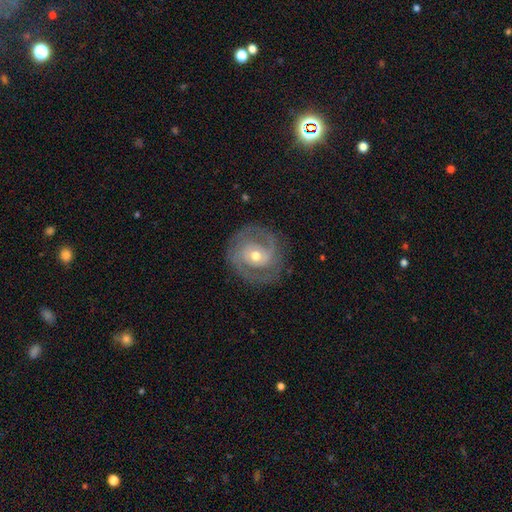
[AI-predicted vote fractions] A featured or disk galaxy (83%) with no bar (55%), 2 (70%) tight (56%) spiral arms (91%) and a moderate central bulge (64%).

Vote fractions:
- Smooth or featured? featured or disk: 83% / smooth: 11% / star or artifact: 6%
- Edge-on disk? no: 97% / yes: 3%
- Bar? no: 55% / weak: 33% / strong: 12%
- Spiral arms? yes: 91% / no: 9%
- Spiral winding? tight: 56% / medium: 35% / loose: 9%
- Spiral arm count? 2: 70% / can't tell: 13% / 3: 9% / 1: 4% / 4: 2% / more than 4: 2%
- Bulge size? moderate: 64% / small: 30% / large: 3% / none: 1% / dominant: 1%
- Merging? none: 81% / minor disturbance: 12% / major disturbance: 6% / merger: 1%